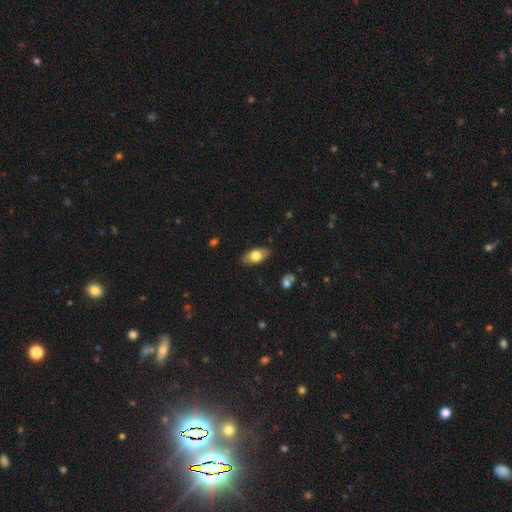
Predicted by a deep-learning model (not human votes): Smooth or featured?
  - smooth: 73% *
  - featured or disk: 20%
  - star or artifact: 7%
How rounded?
  - in between: 89% *
  - round: 5%
  - cigar-shaped: 5%
Merging?
  - none: 85% *
  - minor disturbance: 12%
  - major disturbance: 2%
  - merger: 1%